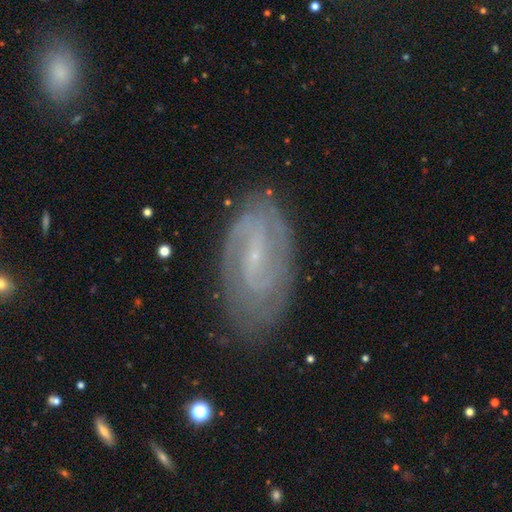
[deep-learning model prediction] smooth-or-featured: featured or disk: 82% | smooth: 11% | star or artifact: 7%
  disk-edge-on: no: 95% | yes: 5%
    bar: weak: 50% | strong: 25% | no: 24%
    has-spiral-arms: yes: 94% | no: 6%
      spiral-winding: tight: 48% | medium: 37% | loose: 14%
      spiral-arm-count: 2: 65% | can't tell: 19% | 3: 6% | 1: 3% | 4: 3% | more than 4: 3%
    bulge-size: small: 80% | moderate: 10% | none: 8% | large: 1% | dominant: 1%
  merging: none: 79% | minor disturbance: 15% | major disturbance: 4% | merger: 2%